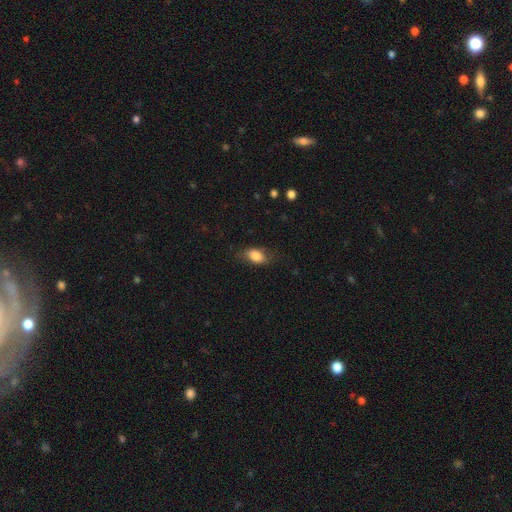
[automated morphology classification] smooth_or_featured: smooth (p=0.82) [alt: featured or disk p=0.11]
how_rounded: in between (p=0.84) [alt: round p=0.12]
merging: none (p=0.69) [alt: minor disturbance p=0.22]